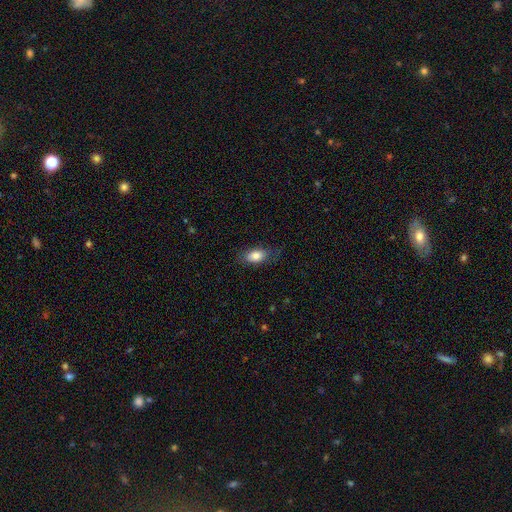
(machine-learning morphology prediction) This is clearly a smooth galaxy (81%). How rounded: clearly in between (88%). Merging: likely none (74%).